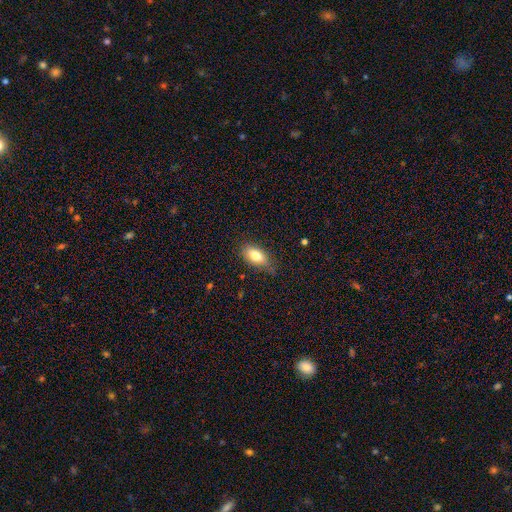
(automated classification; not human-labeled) A smooth galaxy with no disk features (78%) that is in between round and cigar-shaped (87%). Merging: none (71%).